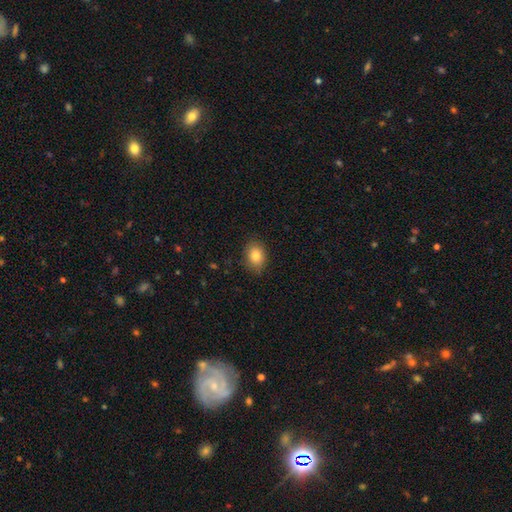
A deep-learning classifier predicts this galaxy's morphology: Smooth or featured: smooth — 82% (star or artifact — 9%)
How rounded: in between — 62% (round — 37%)
Merging: none — 85% (minor disturbance — 12%)